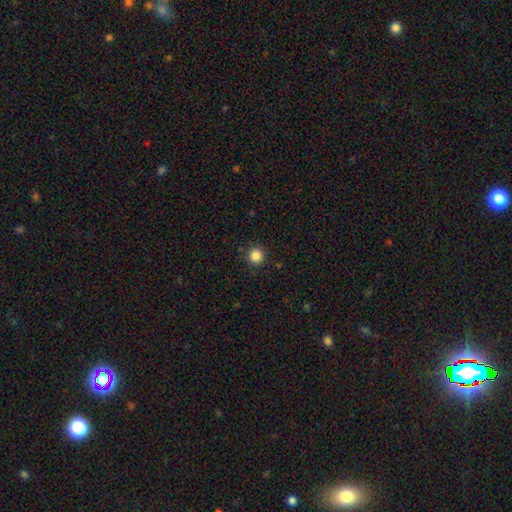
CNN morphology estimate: Smooth or featured?
  - smooth: 85% *
  - star or artifact: 11%
  - featured or disk: 3%
How rounded?
  - round: 94% *
  - in between: 5%
  - cigar-shaped: 1%
Merging?
  - none: 91% *
  - minor disturbance: 6%
  - major disturbance: 2%
  - merger: 1%